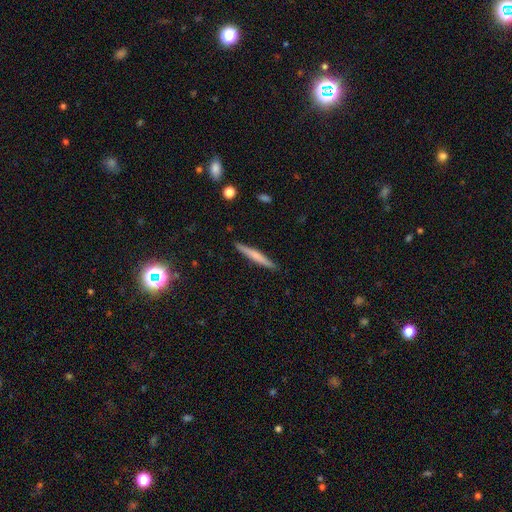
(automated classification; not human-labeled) This appears to be a smooth galaxy with no disk features (56%) that is cigar-shaped (96%). Merging: none (90%).